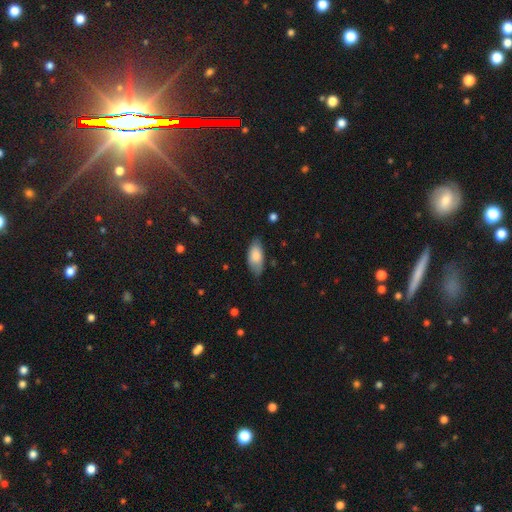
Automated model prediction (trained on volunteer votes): The model was most divided on "merging": none: 73%, minor disturbance: 22%, major disturbance: 4%, merger: 1%. More confident: how rounded — in between (89%); smooth or featured — smooth (82%).